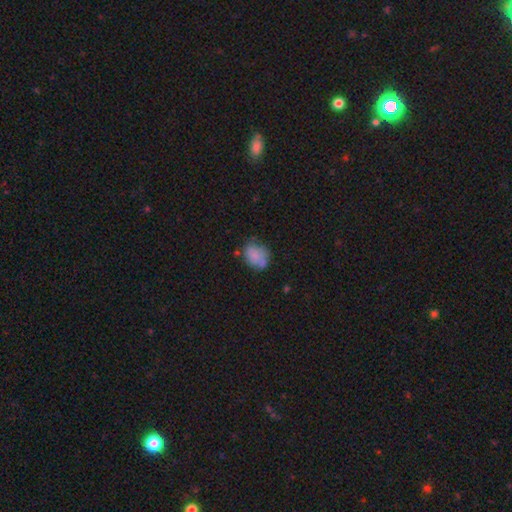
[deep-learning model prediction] smooth_or_featured: smooth (p=0.74) [alt: featured or disk p=0.16]
how_rounded: round (p=0.50) [alt: in between p=0.49]
merging: none (p=0.52) [alt: minor disturbance p=0.28]